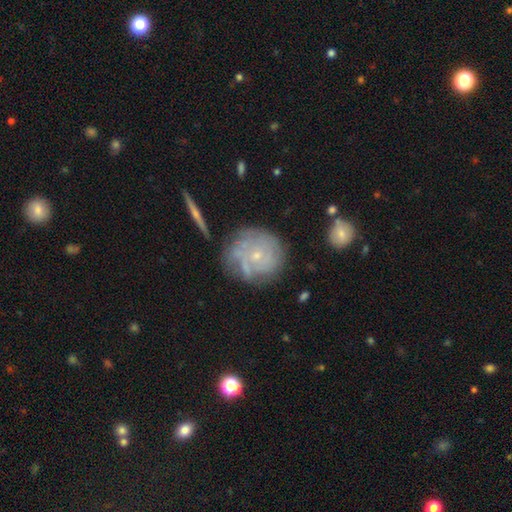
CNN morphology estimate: The model was most divided on "merging": none: 61%, minor disturbance: 22%, major disturbance: 10%, merger: 6%. More confident: edge-on disk — no (96%); bar — no (84%); bulge size — small (79%); spiral arms — yes (71%); smooth or featured — featured or disk (65%).